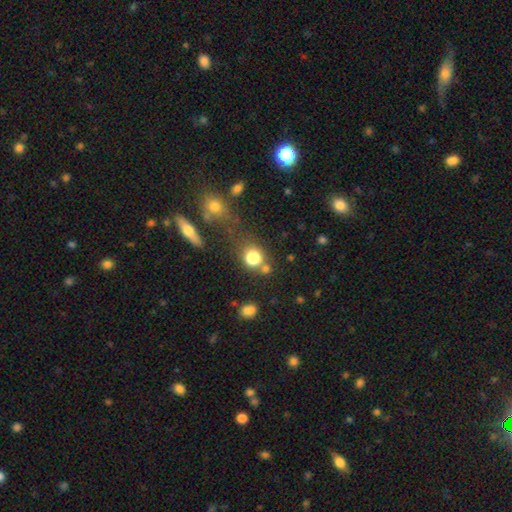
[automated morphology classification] The model was most divided on "merging": none: 64%, merger: 18%, minor disturbance: 11%, major disturbance: 6%. More confident: how rounded — round (83%); smooth or featured — smooth (67%).